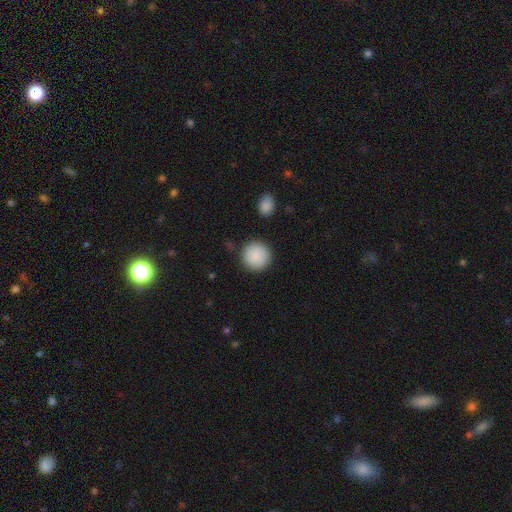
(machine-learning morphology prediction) A smooth galaxy with no disk features (89%) that is round (95%). Merging: none (88%).